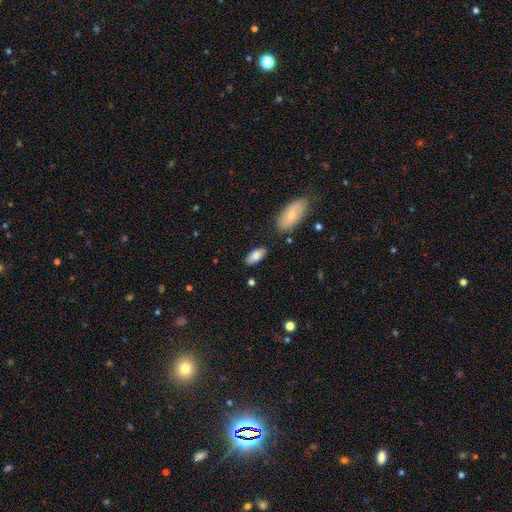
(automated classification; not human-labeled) Q: Smooth or featured?
A: smooth (85%); runner-up: featured or disk (8%)
Q: How rounded?
A: in between (92%); runner-up: cigar-shaped (6%)
Q: Merging?
A: none (81%); runner-up: minor disturbance (13%)